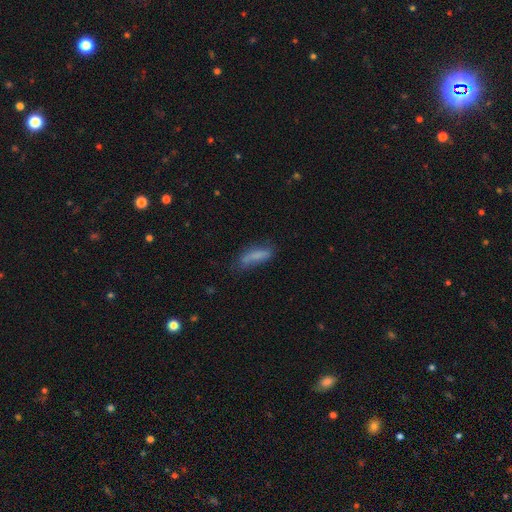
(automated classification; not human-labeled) smooth_or_featured: smooth (p=0.75) [alt: featured or disk p=0.16]
how_rounded: cigar-shaped (p=0.55) [alt: in between p=0.43]
merging: none (p=0.54) [alt: minor disturbance p=0.29]